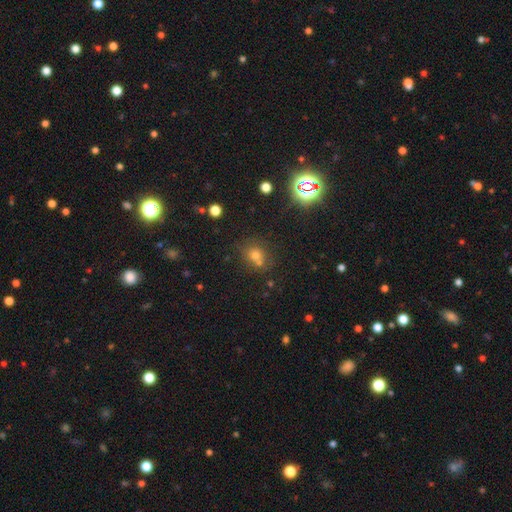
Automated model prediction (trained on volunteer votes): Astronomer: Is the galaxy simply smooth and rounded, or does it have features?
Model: smooth — 60%.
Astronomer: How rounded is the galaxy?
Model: round — 73%.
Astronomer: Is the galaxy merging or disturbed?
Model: none — 55% (runner-up: merger, 30%).